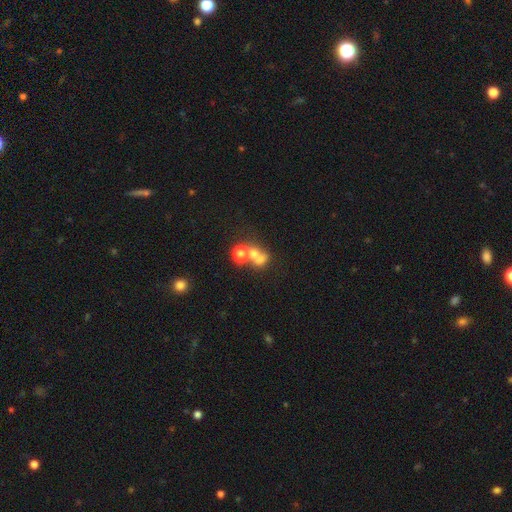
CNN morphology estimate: This is likely a smooth galaxy (60%). How rounded: likely round (67%). Merging: possibly merger (56%).